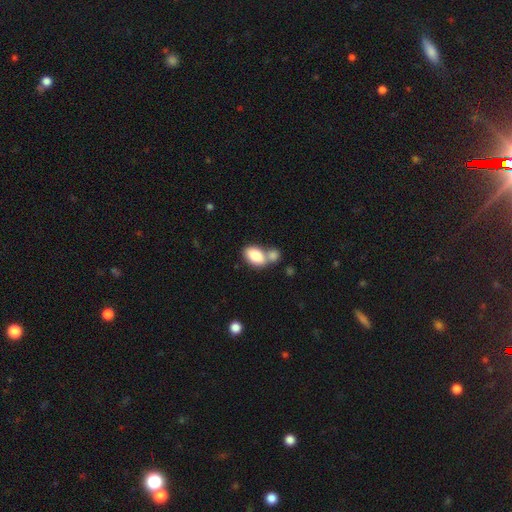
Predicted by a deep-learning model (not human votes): This appears to be a smooth galaxy with no disk features (82%) that is in between round and cigar-shaped (90%). Merging: merger (48%).